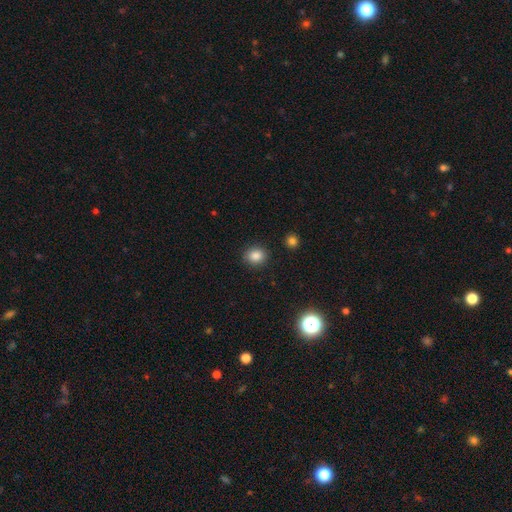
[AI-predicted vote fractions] The model was most divided on "how rounded": round: 72%, in between: 27%, cigar-shaped: 1%. More confident: merging — none (89%); smooth or featured — smooth (85%).